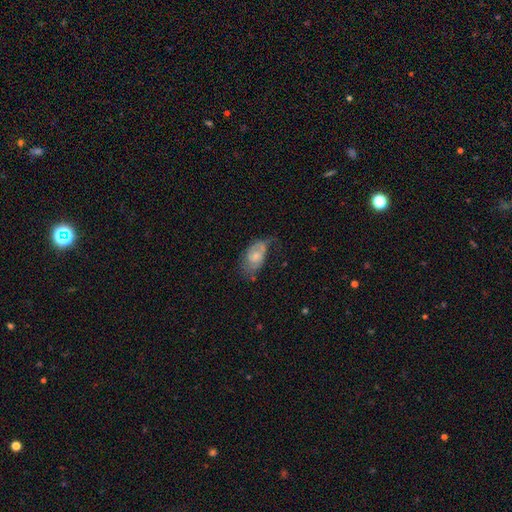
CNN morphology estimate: The model was most divided on "merging": none: 38%, minor disturbance: 33%, major disturbance: 26%, merger: 3%. More confident: edge-on disk — no (95%); smooth or featured — featured or disk (50%).